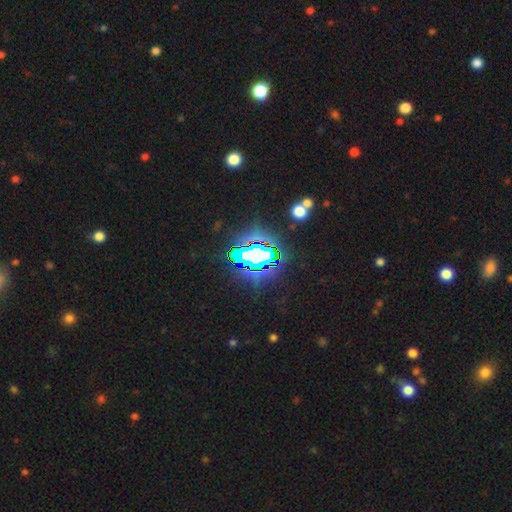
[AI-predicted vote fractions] smooth_or_featured: star or artifact (p=0.75) [alt: smooth p=0.13]